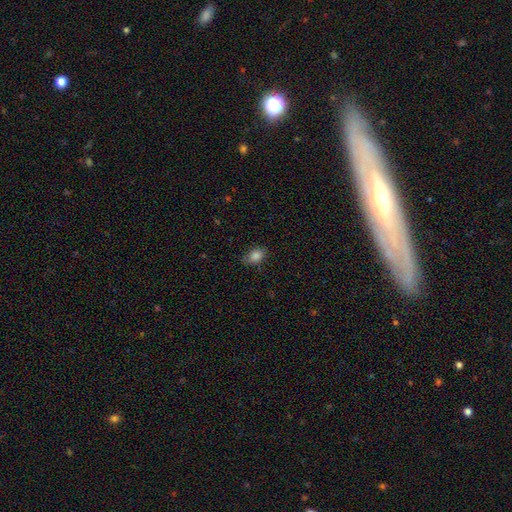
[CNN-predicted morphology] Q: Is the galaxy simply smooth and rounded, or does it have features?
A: smooth — 85%.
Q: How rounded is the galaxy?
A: in between — 82%.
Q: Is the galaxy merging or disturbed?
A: none — 75%.